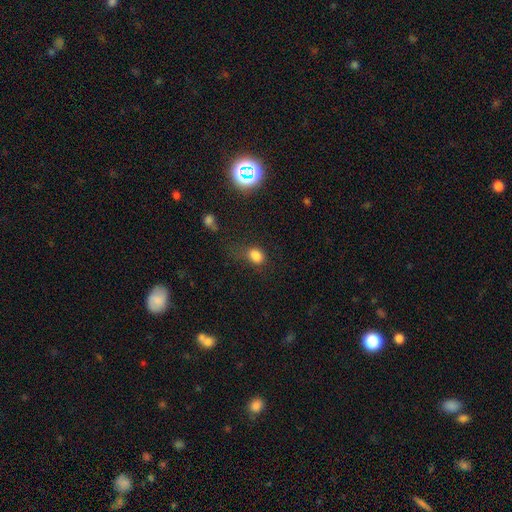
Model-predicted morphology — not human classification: smooth_or_featured: smooth (p=0.78) [alt: star or artifact p=0.15]
how_rounded: in between (p=0.59) [alt: round p=0.39]
merging: none (p=0.50) [alt: minor disturbance p=0.25]